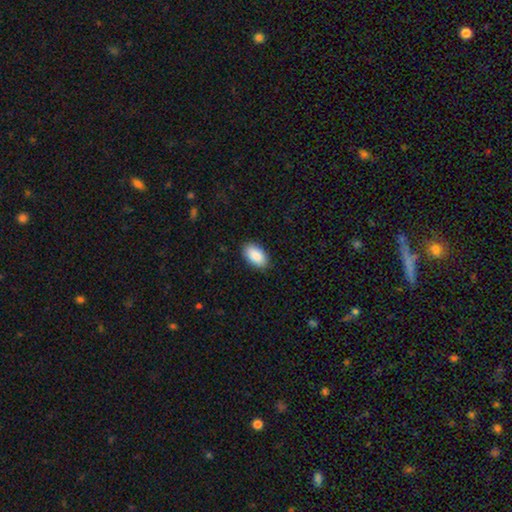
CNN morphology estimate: smooth 90%, star or artifact 6%, featured or disk 4%. Down the decision tree: how rounded — in between (95%); merging — none (89%).